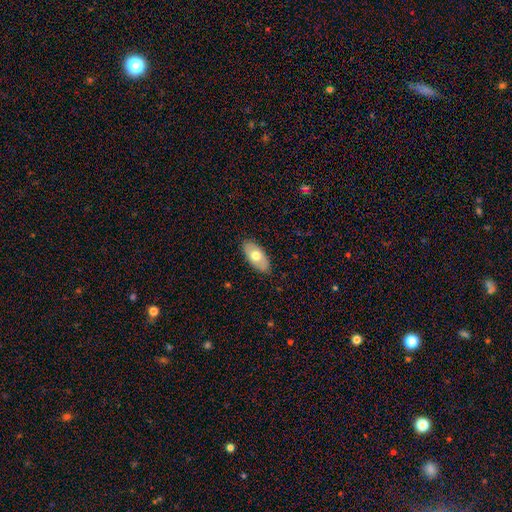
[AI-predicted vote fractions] Overall: smooth (65%; featured or disk 29%). How rounded: in between (93%). Merging: none (87%).